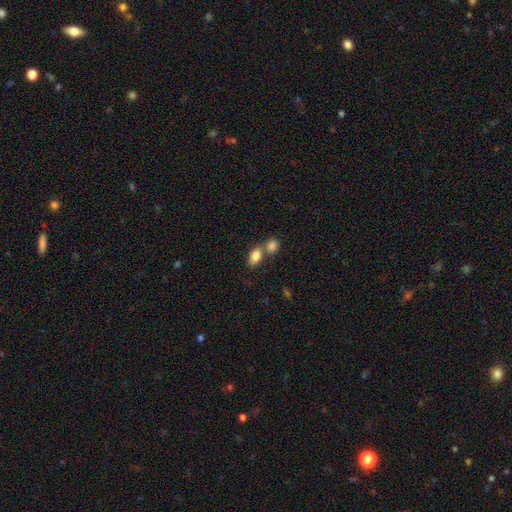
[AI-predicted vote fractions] A smooth galaxy with no disk features (84%) that is in between round and cigar-shaped (87%). Merging: merger (47%).